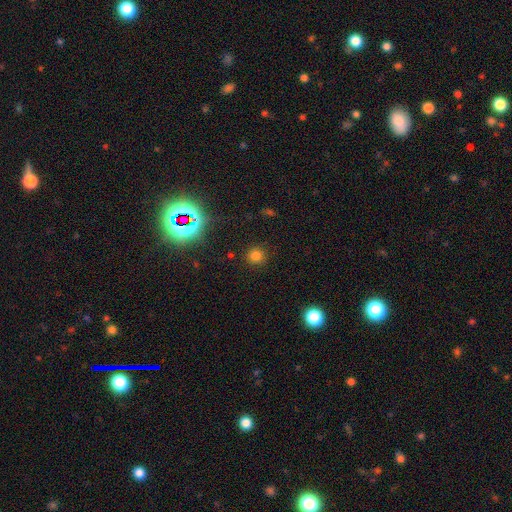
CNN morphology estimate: This is likely a smooth galaxy (74%). How rounded: clearly round (91%). Merging: clearly none (89%).